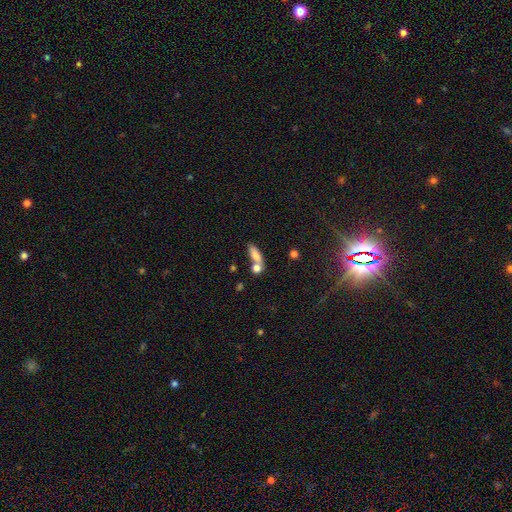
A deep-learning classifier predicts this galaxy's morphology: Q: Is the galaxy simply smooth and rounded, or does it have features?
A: smooth — 79%.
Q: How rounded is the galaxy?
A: in between — 58%.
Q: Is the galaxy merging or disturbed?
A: none — 45%.